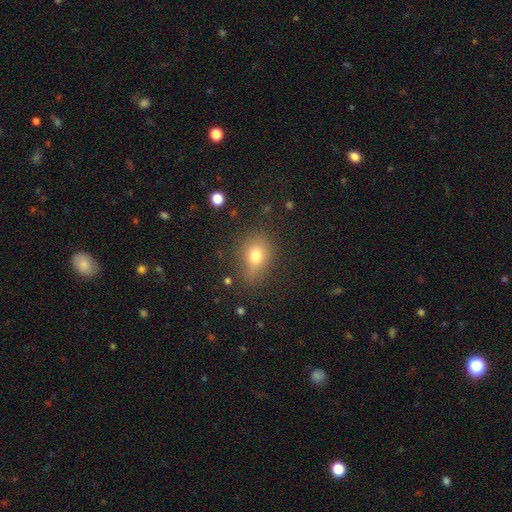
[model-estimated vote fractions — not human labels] smooth-or-featured: smooth: 72% | featured or disk: 15% | star or artifact: 14%
  how-rounded: in between: 49% (tied) | round: 49% (tied) | cigar-shaped: 3%
  merging: none: 67% | minor disturbance: 22% | major disturbance: 8% | merger: 3%